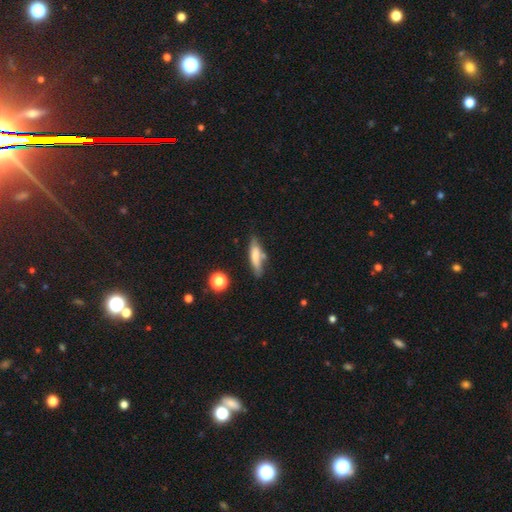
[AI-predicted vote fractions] Smooth or featured?
  - smooth: 67% *
  - featured or disk: 26%
  - star or artifact: 8%
How rounded?
  - cigar-shaped: 70% *
  - in between: 27%
  - round: 2%
Merging?
  - none: 63% *
  - minor disturbance: 21%
  - merger: 10%
  - major disturbance: 6%